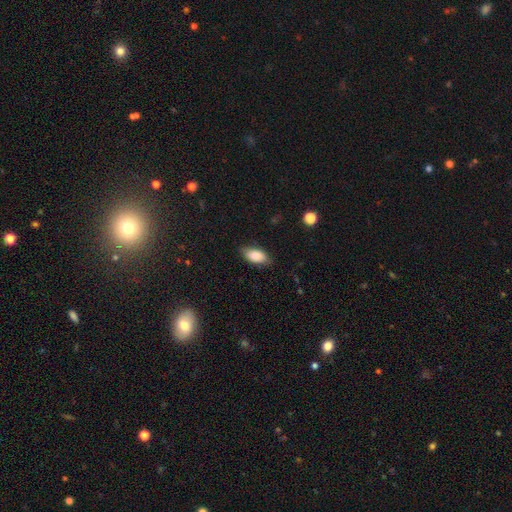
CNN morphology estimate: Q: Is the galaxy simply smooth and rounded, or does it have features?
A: smooth — 84%.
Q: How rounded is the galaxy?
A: in between — 91%.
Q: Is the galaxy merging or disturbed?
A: none — 83%.